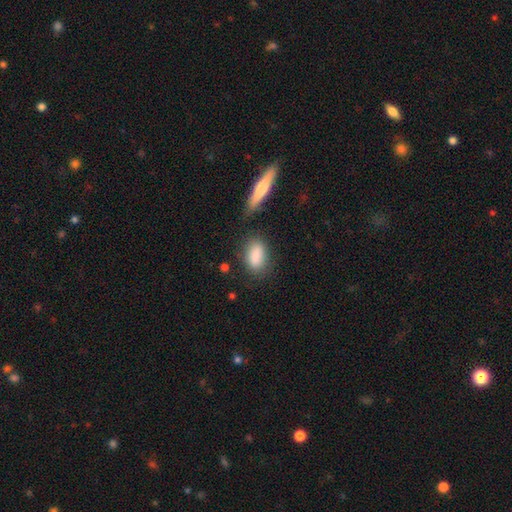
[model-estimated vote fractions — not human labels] Overall: smooth (87%). How rounded: in between (88%). Merging: none (72%).